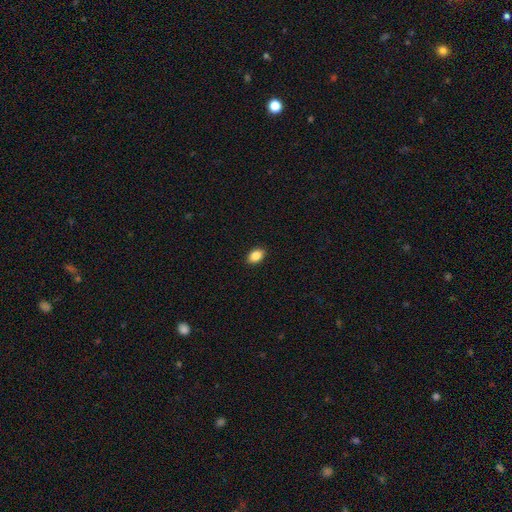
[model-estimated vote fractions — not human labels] Smooth or featured? smooth (88%)
How rounded? in between (85%)
Merging? none (91%)